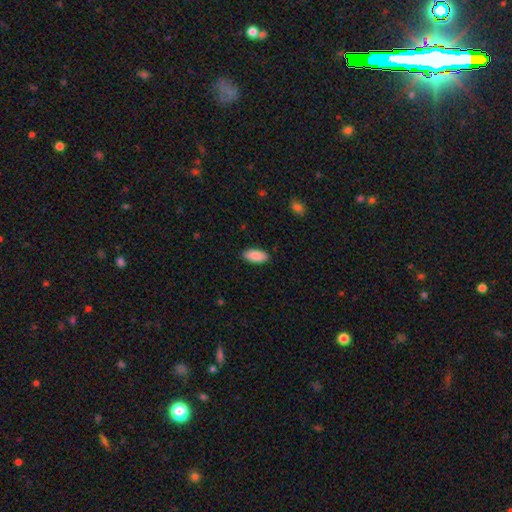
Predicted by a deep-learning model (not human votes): smooth 88%, star or artifact 6%, featured or disk 5%. Down the decision tree: how rounded — in between (91%); merging — none (89%).